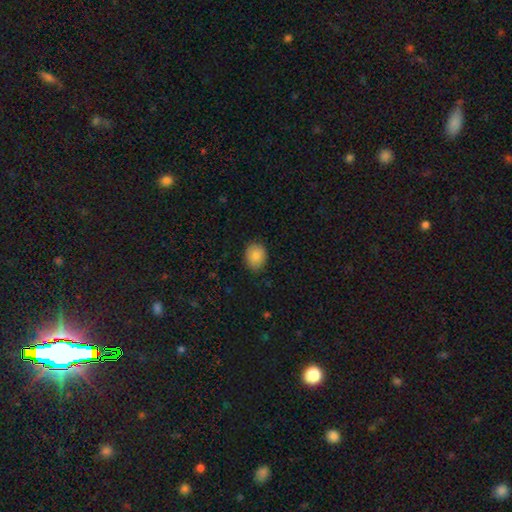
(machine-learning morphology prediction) A smooth galaxy with no disk features (83%) that is round (53%). Merging: none (84%).